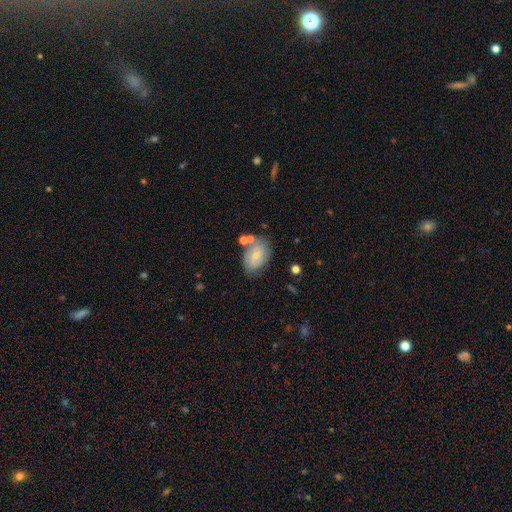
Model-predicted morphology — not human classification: This appears to be a smooth galaxy with no disk features (62%) that is in between round and cigar-shaped (81%). Merging: none (61%).